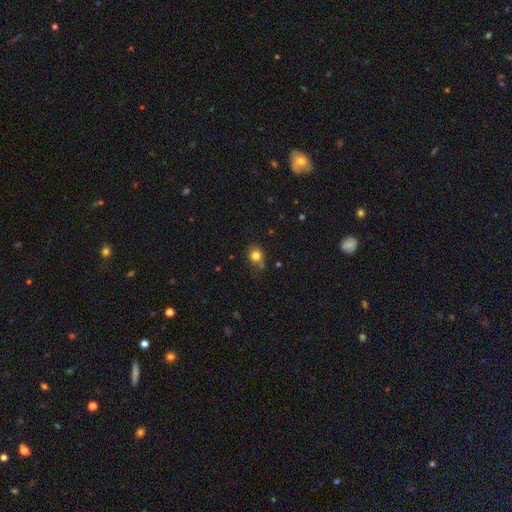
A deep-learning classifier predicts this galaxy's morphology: smooth-or-featured: smooth: 81% | star or artifact: 12% | featured or disk: 7%
  how-rounded: round: 80% | in between: 19% | cigar-shaped: 1%
  merging: none: 72% | minor disturbance: 17% | merger: 7% | major disturbance: 4%